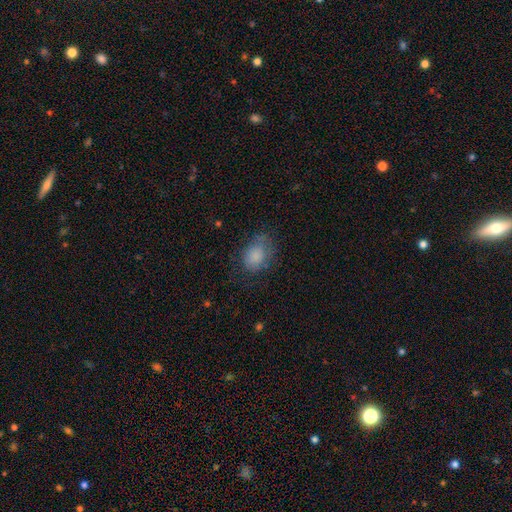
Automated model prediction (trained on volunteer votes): This is clearly a smooth galaxy (81%). How rounded: likely in between (62%). Merging: possibly none (59%).